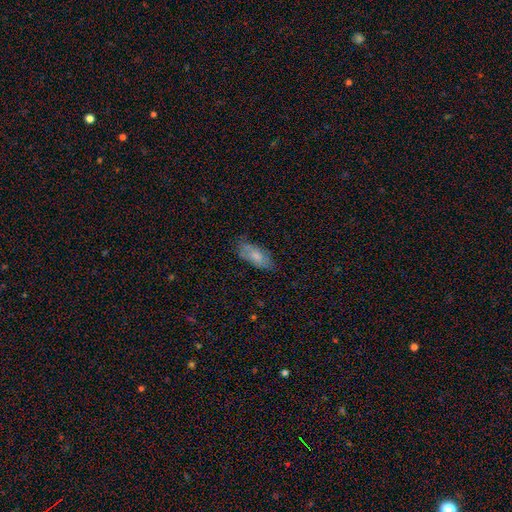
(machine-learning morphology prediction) Smooth or featured? Predicted: smooth (p=0.70). How rounded? Predicted: in between (p=0.83). Merging? Predicted: none (p=0.66).